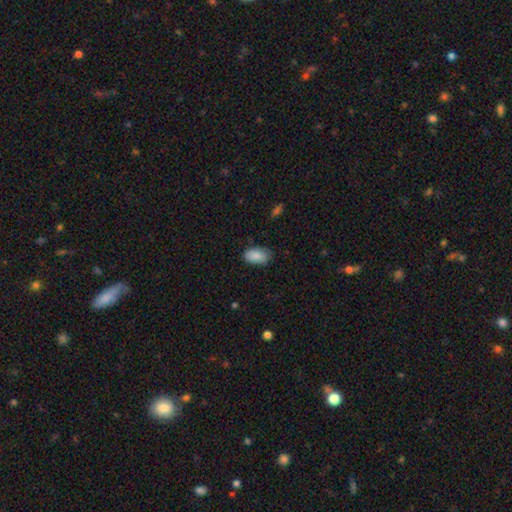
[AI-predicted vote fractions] This appears to be a smooth galaxy with no disk features (88%) that is in between round and cigar-shaped (93%). Merging: none (75%).